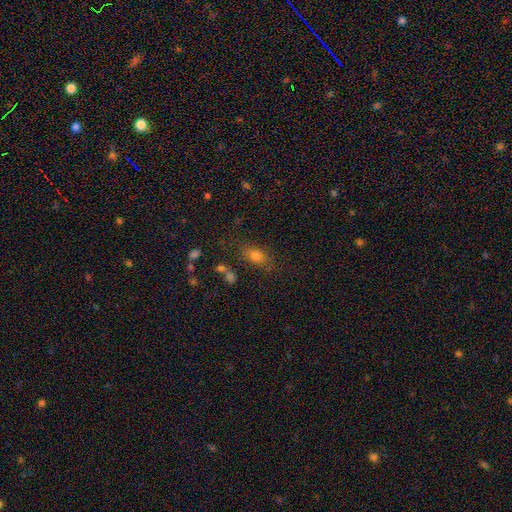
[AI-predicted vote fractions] A smooth galaxy with no disk features (73%) that is in between round and cigar-shaped (75%).

Vote fractions:
- Smooth or featured? smooth: 73% / star or artifact: 16% / featured or disk: 11%
- How rounded? in between: 75% / round: 20% / cigar-shaped: 5%
- Merging? none: 76% / minor disturbance: 14% / merger: 5% / major disturbance: 5%